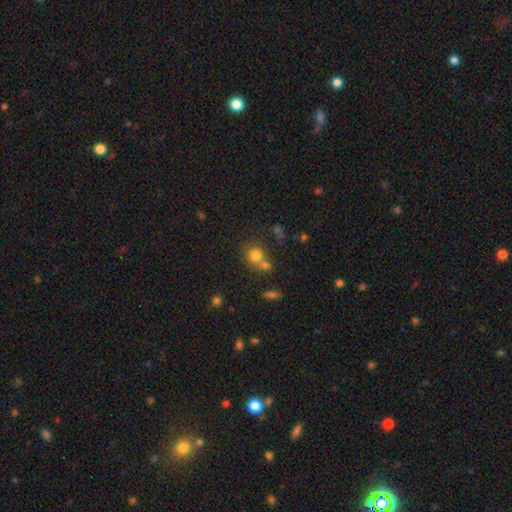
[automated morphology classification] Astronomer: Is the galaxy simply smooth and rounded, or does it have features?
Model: smooth — 77%.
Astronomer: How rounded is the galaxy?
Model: round — 82%.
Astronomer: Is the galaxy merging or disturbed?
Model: none — 48% (runner-up: merger, 38%).